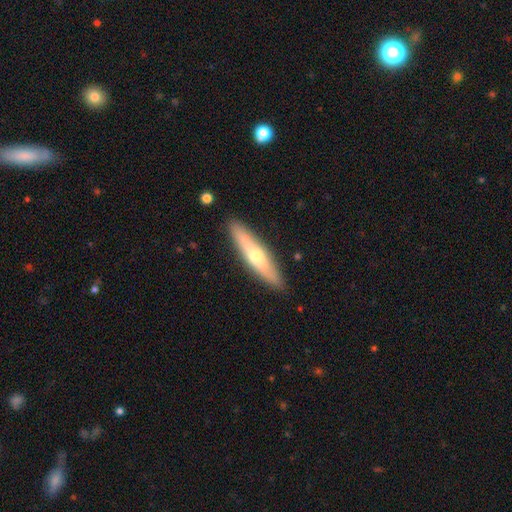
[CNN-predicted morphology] smooth_or_featured: smooth (p=0.48) [alt: featured or disk p=0.46]
merging: none (p=0.89) [alt: minor disturbance p=0.08]